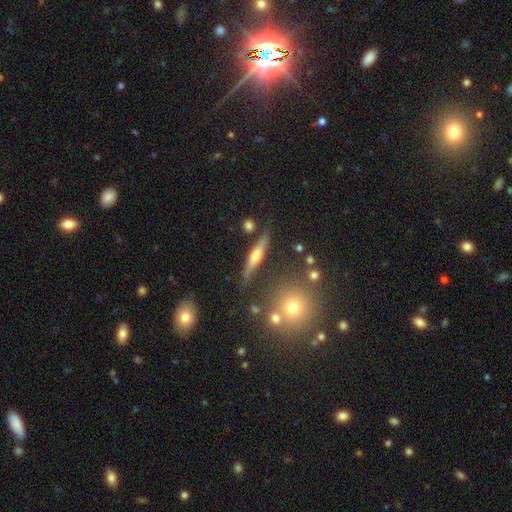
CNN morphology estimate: smooth-or-featured: featured or disk: 60% | smooth: 33% | star or artifact: 8%
  disk-edge-on: yes: 93% | no: 7%
    edge-on-bulge: rounded: 83% | boxy: 9% | none: 7%
  merging: none: 80% | minor disturbance: 12% | merger: 5% | major disturbance: 3%